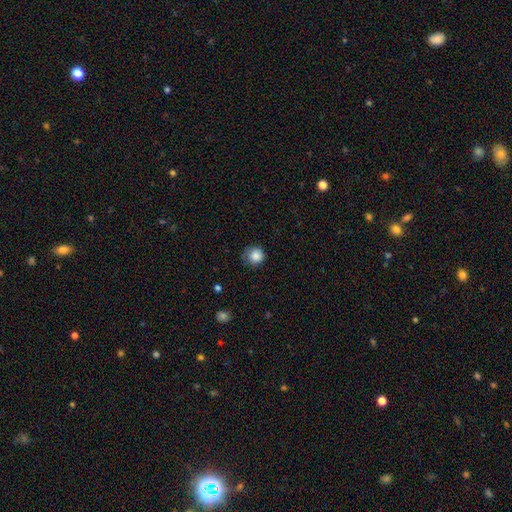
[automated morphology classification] smooth 85%, star or artifact 9%, featured or disk 6%. Down the decision tree: how rounded — round (89%); merging — none (63%).